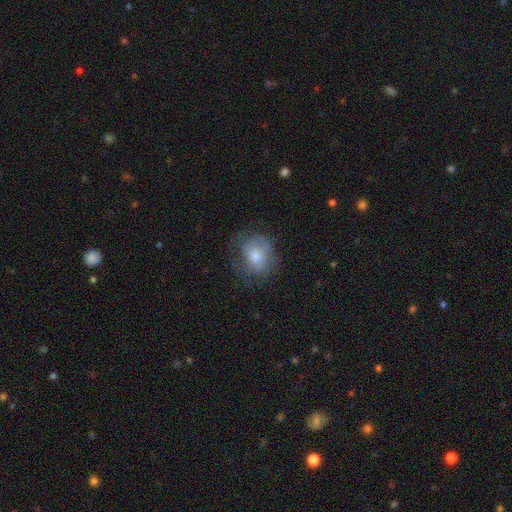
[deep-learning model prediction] This appears to be a smooth galaxy with no disk features (46%). Merging: none (61%).